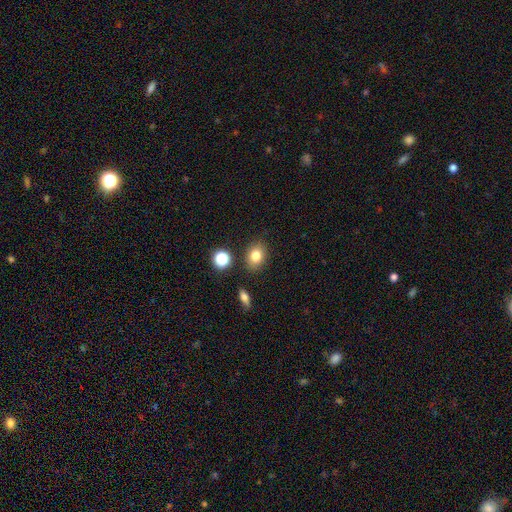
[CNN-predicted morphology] A smooth galaxy with no disk features (80%) that is in between round and cigar-shaped (64%).

Vote fractions:
- Smooth or featured? smooth: 80% / star or artifact: 11% / featured or disk: 9%
- How rounded? in between: 64% / round: 35% / cigar-shaped: 1%
- Merging? none: 83% / minor disturbance: 10% / merger: 4% / major disturbance: 3%